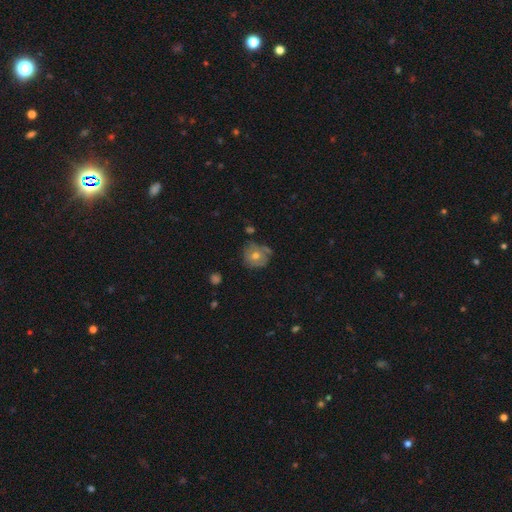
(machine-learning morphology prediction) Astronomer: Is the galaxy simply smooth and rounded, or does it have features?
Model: smooth — 53% (runner-up: featured or disk, 37%).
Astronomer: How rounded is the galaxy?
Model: round — 86%.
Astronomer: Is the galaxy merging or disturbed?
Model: none — 66%.